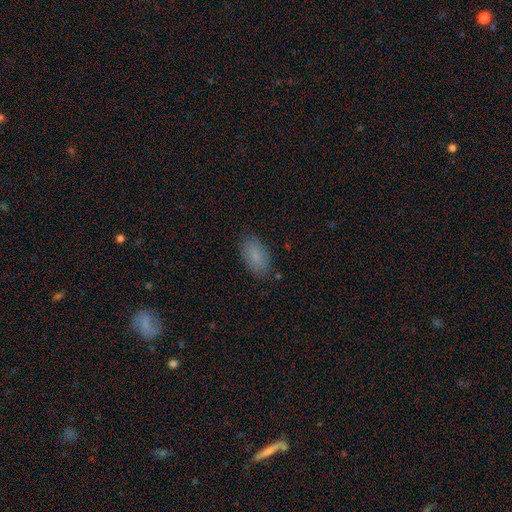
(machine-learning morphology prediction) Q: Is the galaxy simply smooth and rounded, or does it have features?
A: smooth — 84%.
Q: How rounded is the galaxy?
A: in between — 93%.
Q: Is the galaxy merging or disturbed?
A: none — 82%.